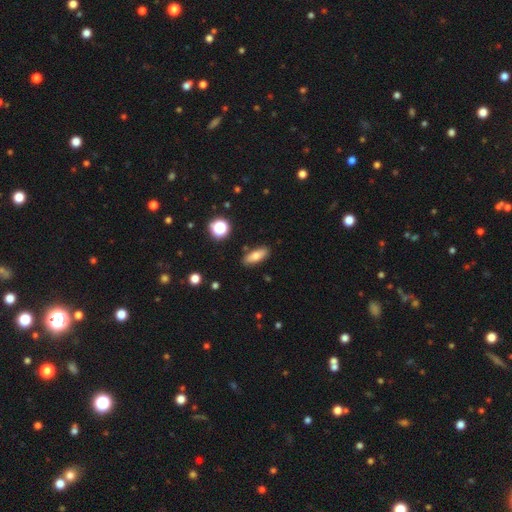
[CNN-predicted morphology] type=smooth (73%); roundness=in between (68%); merging=none (86%).